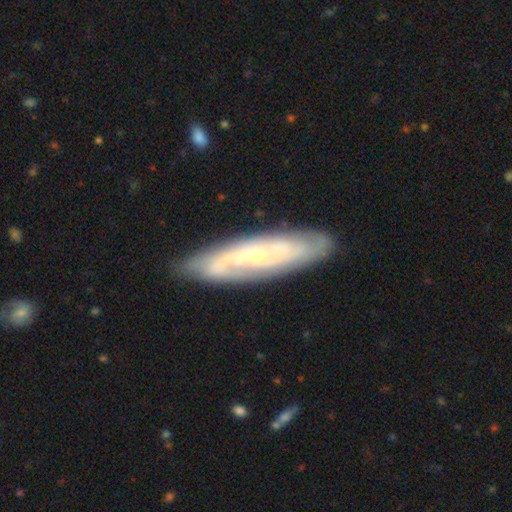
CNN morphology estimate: featured or disk 73%, smooth 21%, star or artifact 6%. Down the decision tree: edge-on disk — no (74%); bar — no (65%); spiral arms — yes (87%); bulge size — small (75%); merging — none (81%).